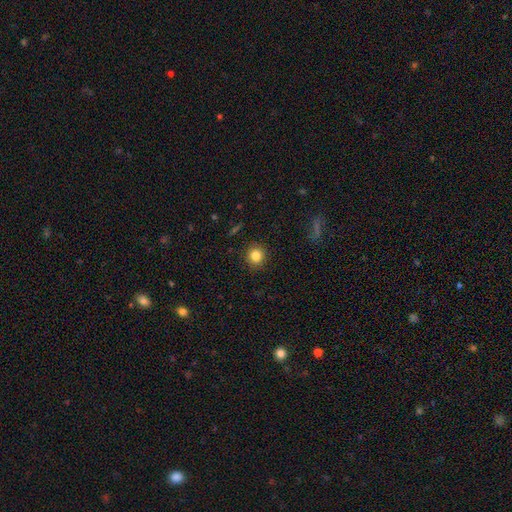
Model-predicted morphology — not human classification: Smooth or featured? smooth (83%)
How rounded? round (91%)
Merging? none (91%)